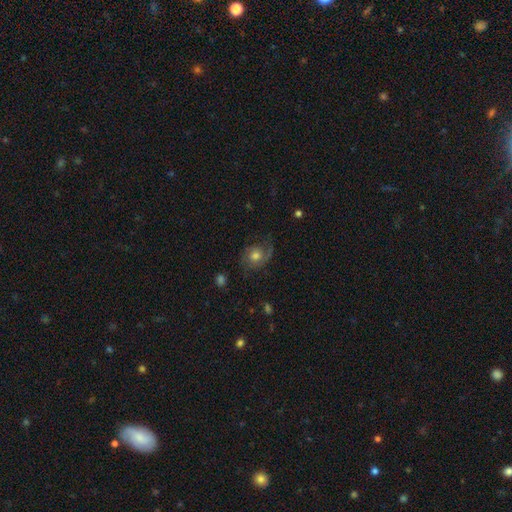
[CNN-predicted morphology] type=featured or disk (62%); edge-on=no (97%); bar=no (75%); spiral arms=yes (90%); winding=medium (43%); arm count=2 (67%); bulge=moderate (65%); merging=none (64%).